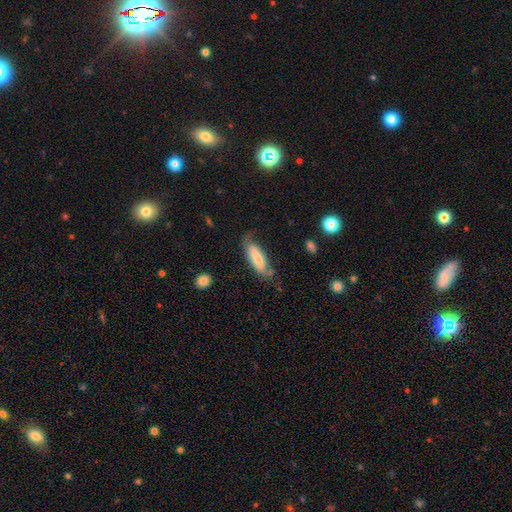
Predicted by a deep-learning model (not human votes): A smooth galaxy with no disk features (61%) that is in between round and cigar-shaped (60%). Merging: none (61%).